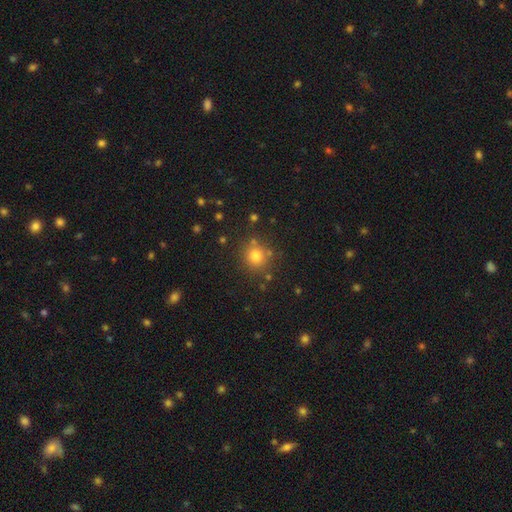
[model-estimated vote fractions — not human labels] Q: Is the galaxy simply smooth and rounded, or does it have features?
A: smooth — 78%.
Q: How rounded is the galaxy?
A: round — 87%.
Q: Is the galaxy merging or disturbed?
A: none — 80%.